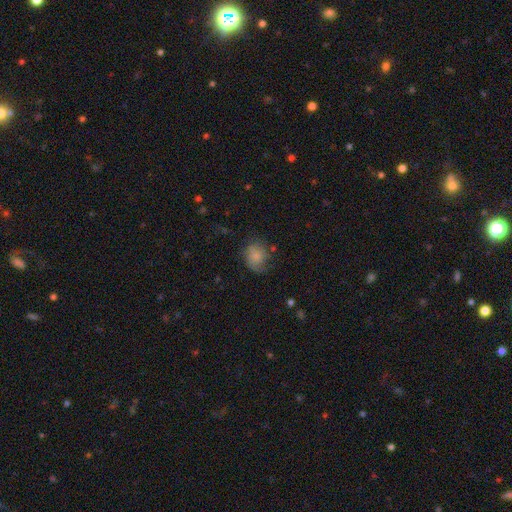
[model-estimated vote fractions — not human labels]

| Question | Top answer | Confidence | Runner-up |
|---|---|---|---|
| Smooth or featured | smooth | 69% | featured or disk (21%) |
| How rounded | round | 64% | in between (35%) |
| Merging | none | 56% | minor disturbance (27%) |